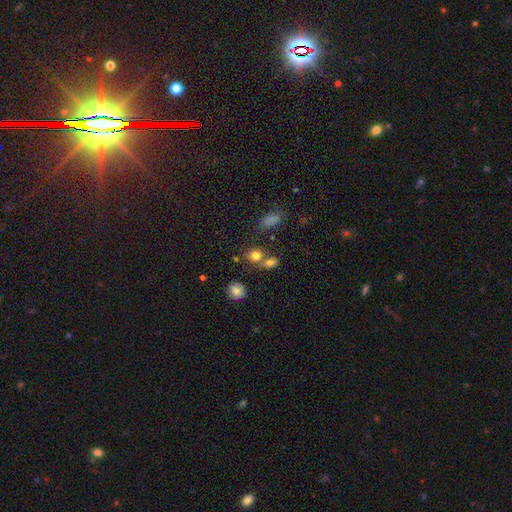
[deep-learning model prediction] smooth 78%, star or artifact 14%, featured or disk 8%. Down the decision tree: how rounded — round (65%); merging — none (57%).